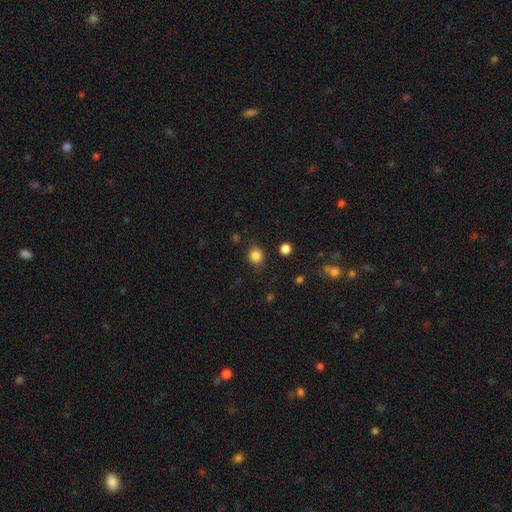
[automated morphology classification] The model was most divided on "how rounded": round: 78%, in between: 21%, cigar-shaped: 1%. More confident: merging — none (86%); smooth or featured — smooth (84%).